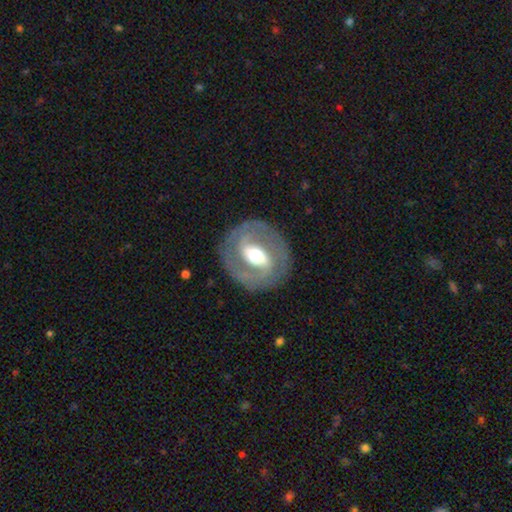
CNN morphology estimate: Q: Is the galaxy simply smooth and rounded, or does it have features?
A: featured or disk — 78%.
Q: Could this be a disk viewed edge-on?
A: no — 95%.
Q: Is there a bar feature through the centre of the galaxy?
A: strong — 48%.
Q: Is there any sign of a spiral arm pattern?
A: yes — 76%.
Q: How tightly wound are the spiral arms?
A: tight — 47%.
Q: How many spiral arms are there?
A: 2 — 80%.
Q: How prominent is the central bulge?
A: moderate — 63%.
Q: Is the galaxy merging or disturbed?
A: none — 83%.